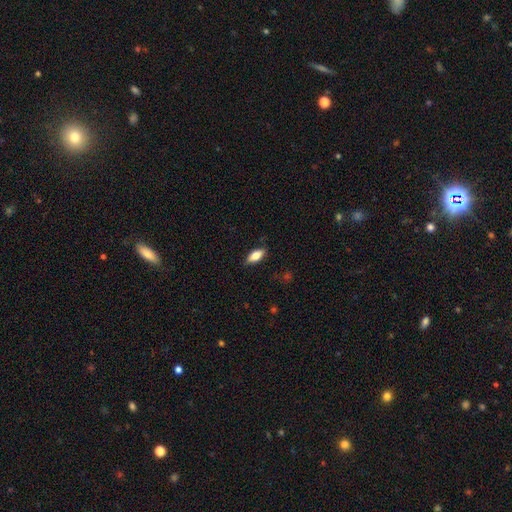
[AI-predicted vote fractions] Morphology: type=smooth (75%); roundness=in between (82%); merging=none (84%).